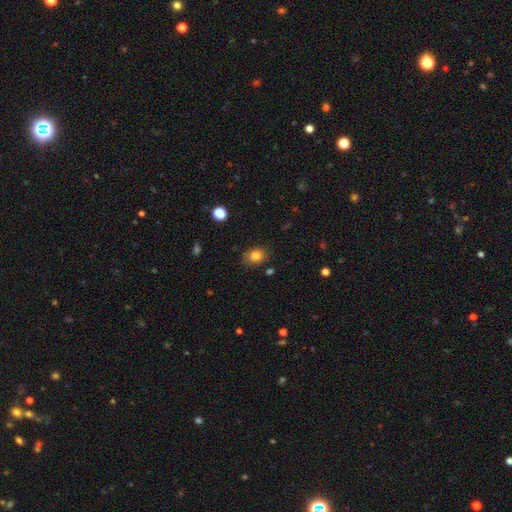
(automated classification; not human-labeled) A smooth galaxy with no disk features (82%) that is in between round and cigar-shaped (52%). Merging: none (82%).